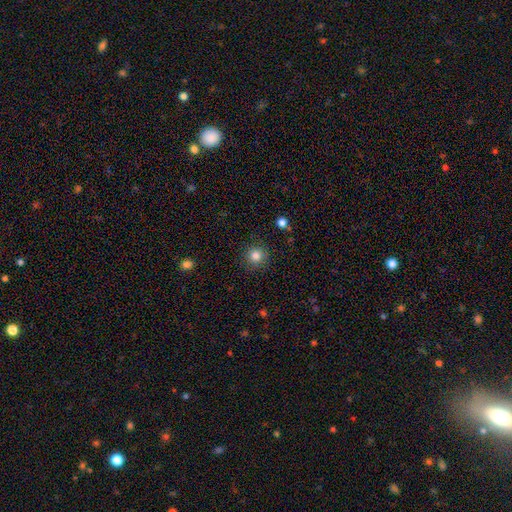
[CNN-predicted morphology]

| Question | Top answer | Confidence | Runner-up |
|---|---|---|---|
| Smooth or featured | smooth | 83% | star or artifact (12%) |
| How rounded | round | 94% | in between (5%) |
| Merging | none | 89% | minor disturbance (7%) |